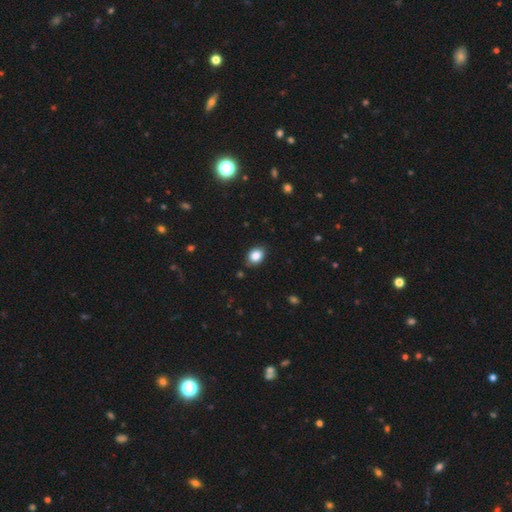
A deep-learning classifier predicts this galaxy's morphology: smooth-or-featured: smooth: 86% | star or artifact: 9% | featured or disk: 5%
  how-rounded: in between: 61% | round: 38% | cigar-shaped: 1%
  merging: none: 85% | minor disturbance: 11% | major disturbance: 2% | merger: 1%